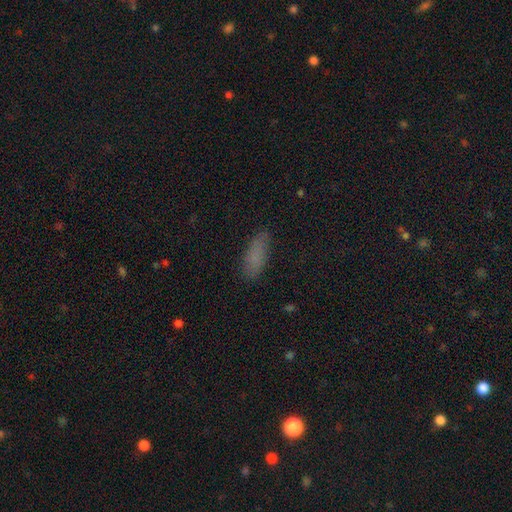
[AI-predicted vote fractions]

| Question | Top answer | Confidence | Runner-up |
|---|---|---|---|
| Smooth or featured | smooth | 81% | star or artifact (10%) |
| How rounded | in between | 64% | cigar-shaped (34%) |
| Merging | none | 81% | minor disturbance (14%) |